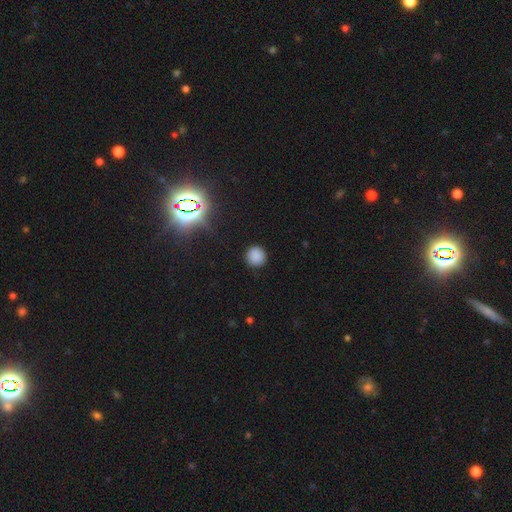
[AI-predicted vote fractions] This appears to be a smooth galaxy with no disk features (84%) that is round (94%). Merging: none (90%).